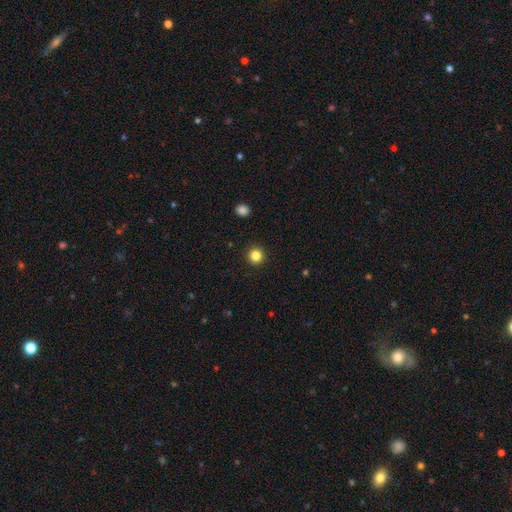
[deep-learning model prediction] The model was most divided on "smooth or featured": smooth: 83%, star or artifact: 12%, featured or disk: 5%. More confident: how rounded — round (95%); merging — none (93%).